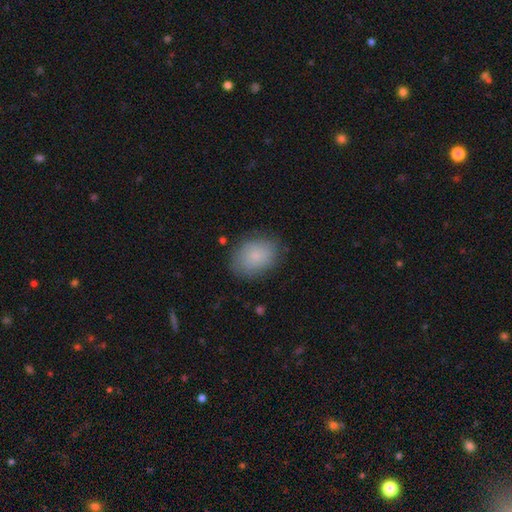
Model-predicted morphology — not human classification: A smooth galaxy with no disk features (81%) that is in between round and cigar-shaped (66%). Merging: none (80%).